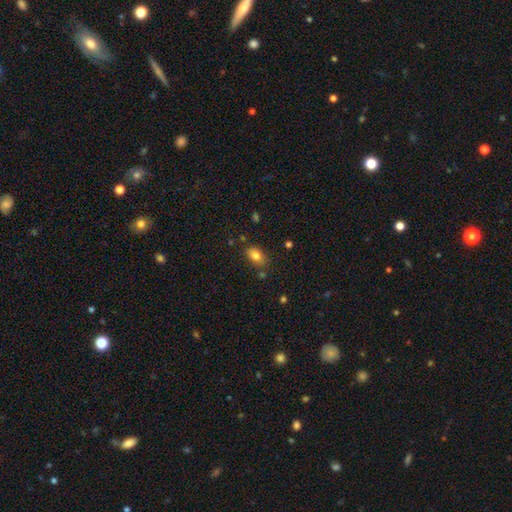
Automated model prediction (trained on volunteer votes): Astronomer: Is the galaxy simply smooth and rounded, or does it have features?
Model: smooth — 80%.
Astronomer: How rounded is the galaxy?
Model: in between — 86%.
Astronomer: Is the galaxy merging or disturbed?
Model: none — 74%.